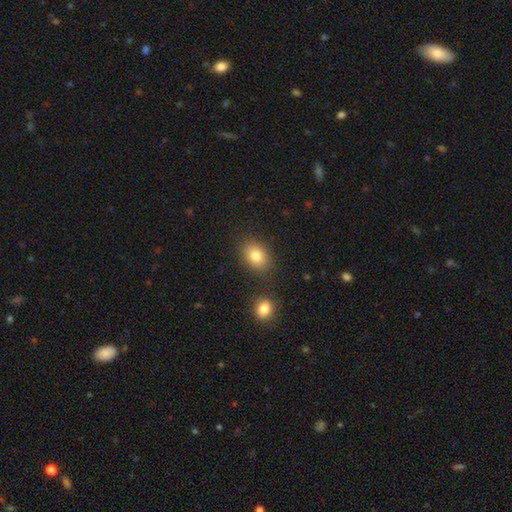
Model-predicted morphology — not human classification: Smooth or featured: smooth — 81% (star or artifact — 10%)
How rounded: in between — 69% (round — 29%)
Merging: none — 79% (minor disturbance — 11%)